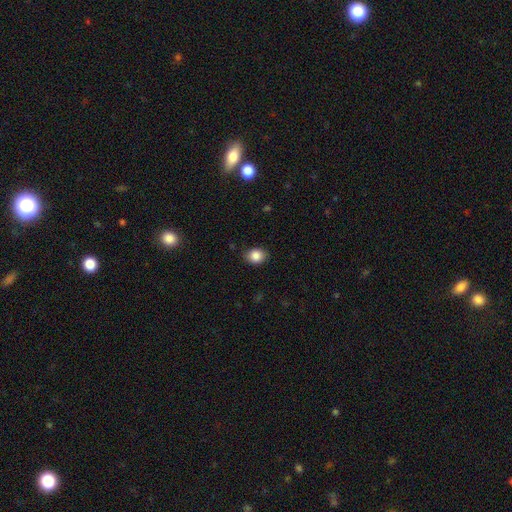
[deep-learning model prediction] Smooth or featured: smooth — 86% (star or artifact — 9%)
How rounded: in between — 53% (round — 46%)
Merging: none — 85% (minor disturbance — 12%)